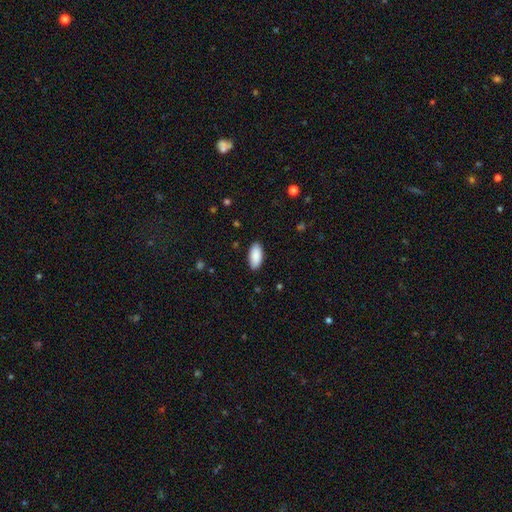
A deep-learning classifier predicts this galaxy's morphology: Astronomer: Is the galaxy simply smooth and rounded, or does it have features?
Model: smooth — 90%.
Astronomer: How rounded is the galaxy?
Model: in between — 92%.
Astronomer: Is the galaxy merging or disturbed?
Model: none — 89%.